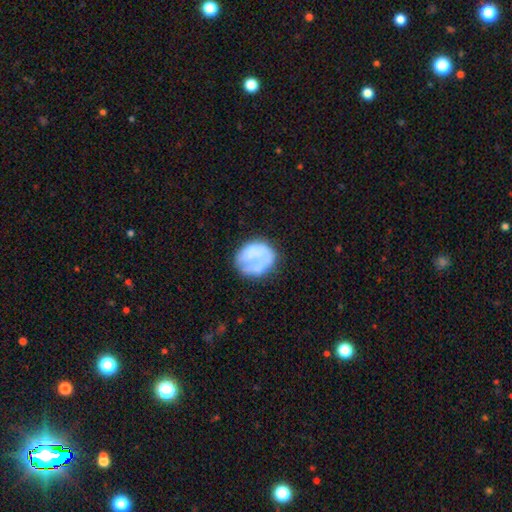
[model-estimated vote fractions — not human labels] A smooth galaxy with no disk features (51%) that is round (59%).

Vote fractions:
- Smooth or featured? smooth: 51% / featured or disk: 41% / star or artifact: 8%
- How rounded? round: 59% / in between: 40% / cigar-shaped: 1%
- Merging? none: 48% / minor disturbance: 26% / major disturbance: 20% / merger: 6%